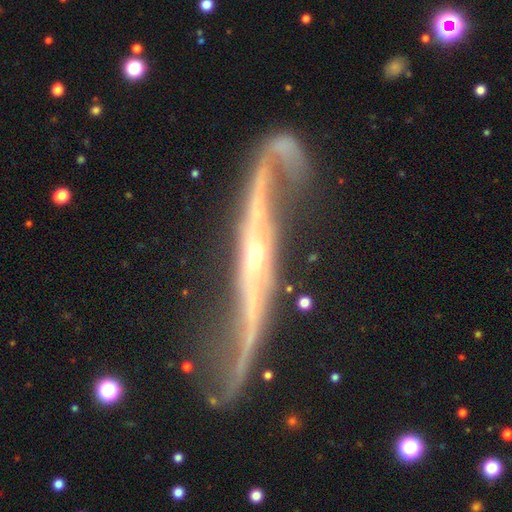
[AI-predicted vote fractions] Morphology: type=featured or disk (90%); edge-on=no (54%); merging=none (61%).